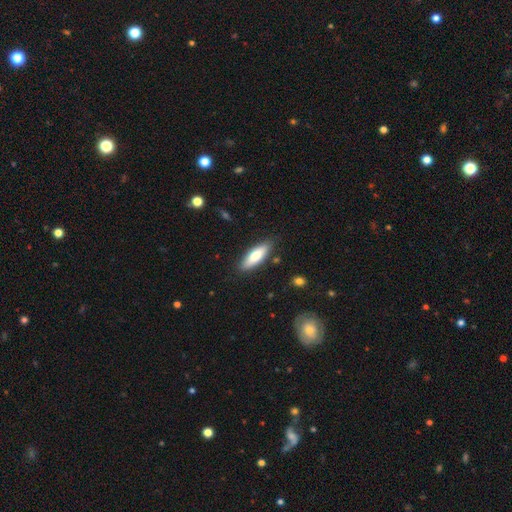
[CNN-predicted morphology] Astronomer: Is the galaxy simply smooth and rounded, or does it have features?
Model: smooth — 74%.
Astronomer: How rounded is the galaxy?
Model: in between — 54% (runner-up: cigar-shaped, 44%).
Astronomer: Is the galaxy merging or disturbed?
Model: none — 84%.